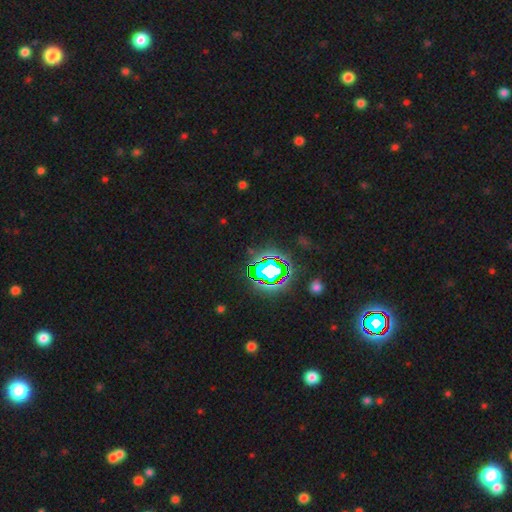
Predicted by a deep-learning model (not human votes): Smooth or featured: star or artifact — 81% (smooth — 11%)